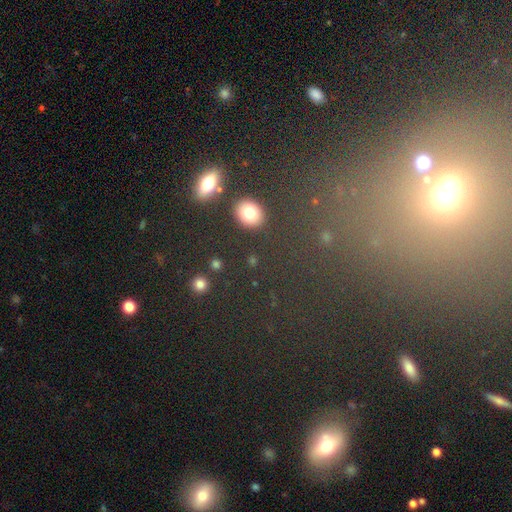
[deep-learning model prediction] Overall: star or artifact (53%; smooth 33%).